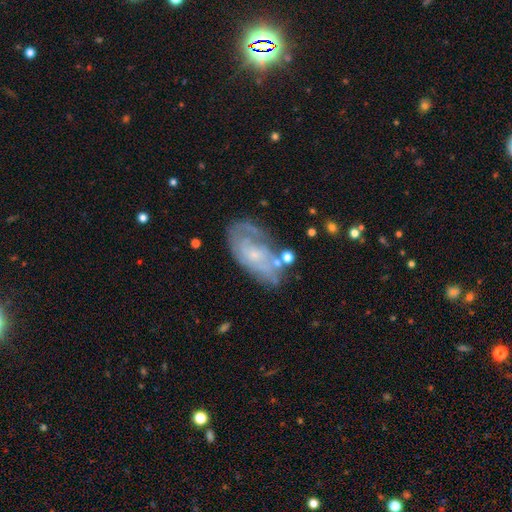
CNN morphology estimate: The model was most divided on "merging": none: 53%, minor disturbance: 26%, major disturbance: 15%, merger: 6%. More confident: edge-on disk — no (94%); bar — no (76%); bulge size — small (73%); spiral arms — yes (68%); smooth or featured — featured or disk (65%).